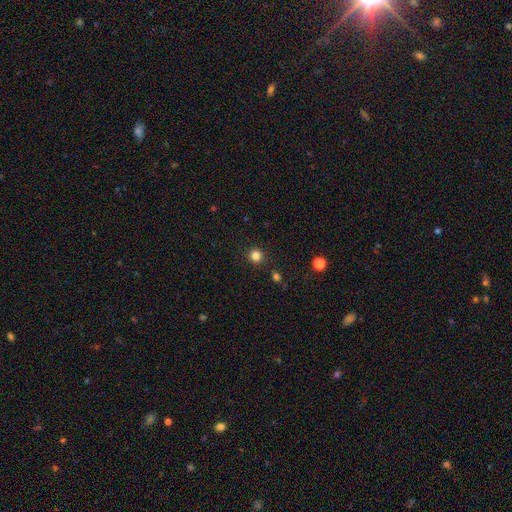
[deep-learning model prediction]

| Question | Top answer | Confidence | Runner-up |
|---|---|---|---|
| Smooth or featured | smooth | 82% | star or artifact (14%) |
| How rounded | round | 93% | in between (6%) |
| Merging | none | 90% | minor disturbance (6%) |